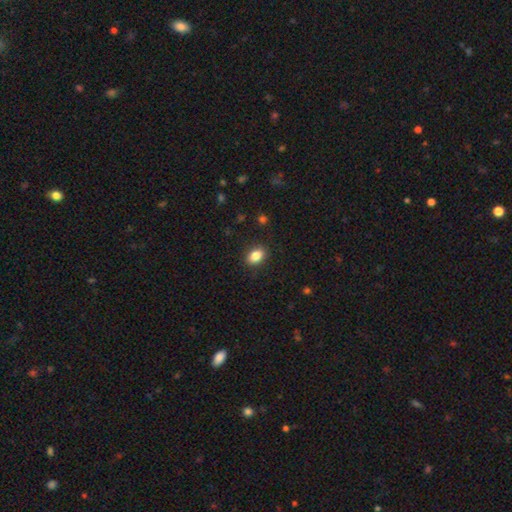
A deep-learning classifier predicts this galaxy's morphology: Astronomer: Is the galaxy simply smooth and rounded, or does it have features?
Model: smooth — 85%.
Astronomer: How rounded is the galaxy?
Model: in between — 80%.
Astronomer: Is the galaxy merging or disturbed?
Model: none — 89%.